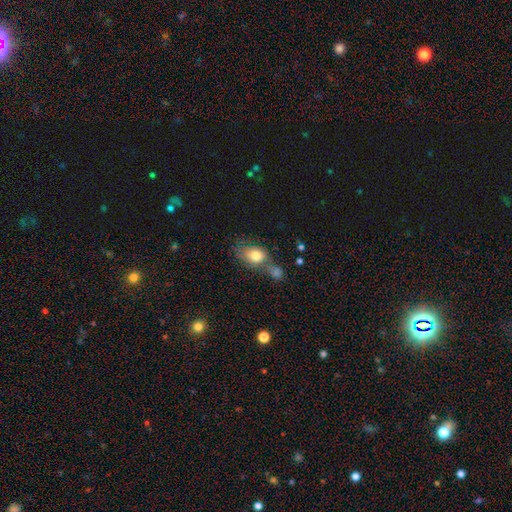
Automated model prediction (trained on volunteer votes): Morphology: type=smooth (76%); roundness=in between (72%); merging=none (37%).